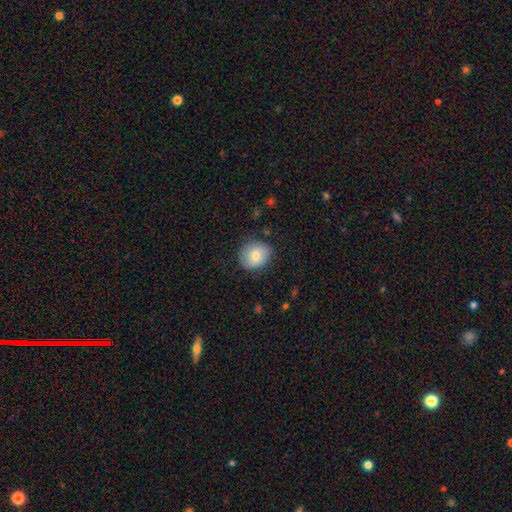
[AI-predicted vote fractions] This appears to be a smooth galaxy with no disk features (79%) that is round (73%). Merging: none (79%).